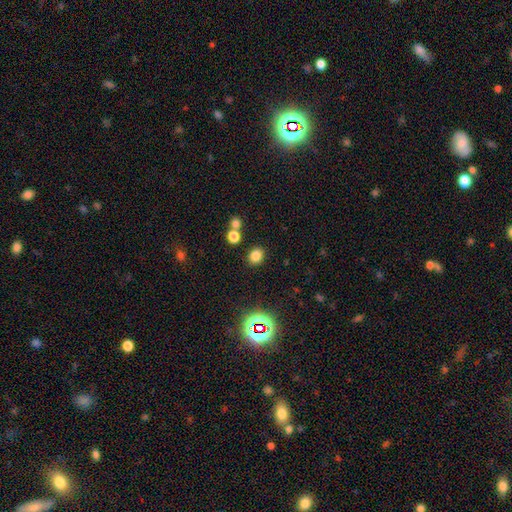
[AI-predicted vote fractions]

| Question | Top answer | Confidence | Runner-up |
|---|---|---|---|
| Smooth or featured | smooth | 78% | star or artifact (17%) |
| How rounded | round | 63% | in between (36%) |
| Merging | none | 83% | minor disturbance (8%) |